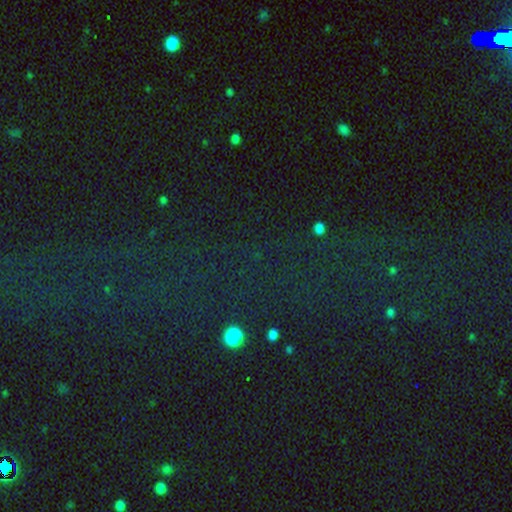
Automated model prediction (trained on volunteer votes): smooth-or-featured: star or artifact: 75% | smooth: 14% | featured or disk: 11%